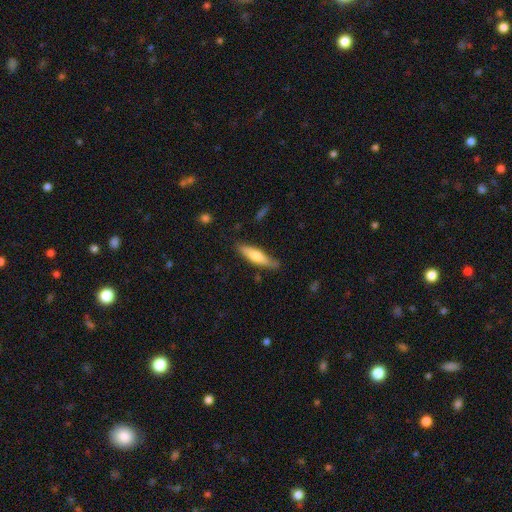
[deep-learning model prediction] The model was most divided on "smooth or featured": smooth: 65%, featured or disk: 30%, star or artifact: 5%. More confident: merging — none (77%); how rounded — cigar-shaped (72%).